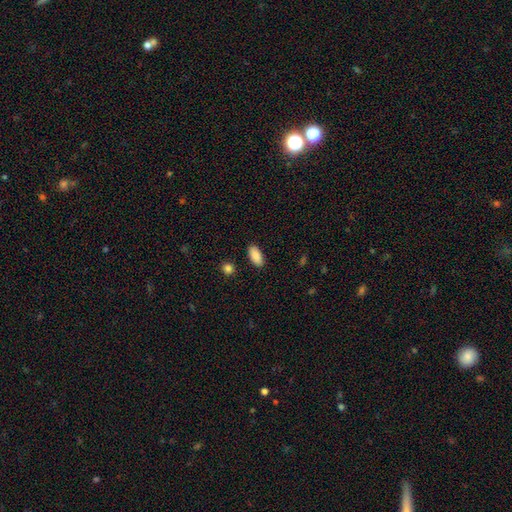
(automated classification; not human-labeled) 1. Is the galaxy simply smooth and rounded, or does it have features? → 89% smooth, 7% star or artifact, 4% featured or disk.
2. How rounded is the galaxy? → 90% in between, 8% cigar-shaped, 2% round.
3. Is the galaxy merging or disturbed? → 88% none, 8% minor disturbance, 2% major disturbance, 2% merger.